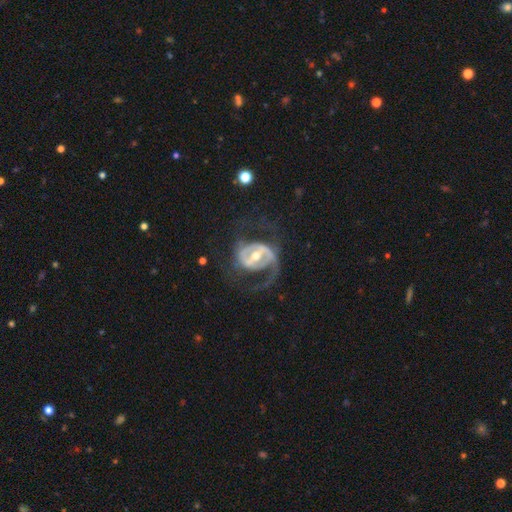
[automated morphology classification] smooth-or-featured: featured or disk: 87% | smooth: 9% | star or artifact: 5%
  disk-edge-on: no: 96% | yes: 4%
    bar: strong: 58% | weak: 30% | no: 12%
    has-spiral-arms: yes: 83% | no: 17%
      spiral-winding: medium: 42% | loose: 38% | tight: 19%
      spiral-arm-count: 2: 68% | 1: 22% | can't tell: 6% | 3: 2% | 4: 1% | more than 4: 1%
    bulge-size: moderate: 71% | small: 21% | large: 6% | none: 1% | dominant: 1%
  merging: none: 51% | major disturbance: 31% | minor disturbance: 16% | merger: 2%